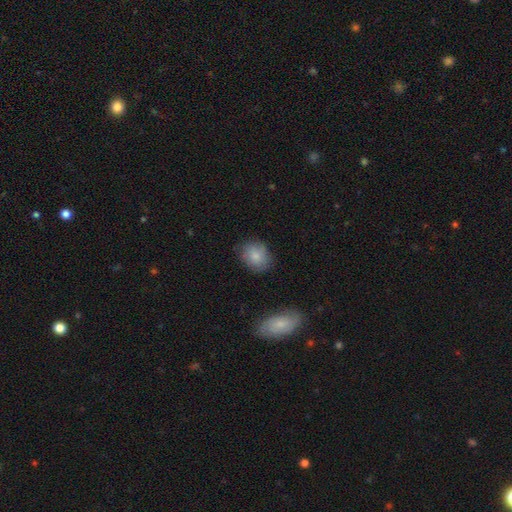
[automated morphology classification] smooth-or-featured: smooth: 83% | featured or disk: 10% | star or artifact: 7%
  how-rounded: round: 60% | in between: 39% | cigar-shaped: 1%
  merging: none: 75% | minor disturbance: 18% | major disturbance: 4% | merger: 2%